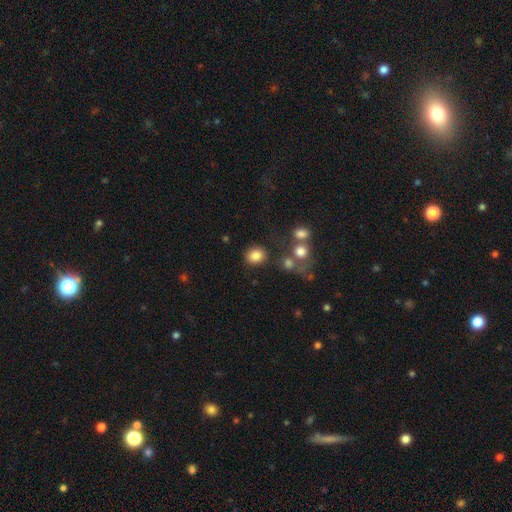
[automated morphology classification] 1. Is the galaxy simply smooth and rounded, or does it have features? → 84% smooth, 10% star or artifact, 6% featured or disk.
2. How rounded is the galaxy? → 70% round, 29% in between, 1% cigar-shaped.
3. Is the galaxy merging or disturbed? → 79% none, 10% minor disturbance, 7% merger, 4% major disturbance.